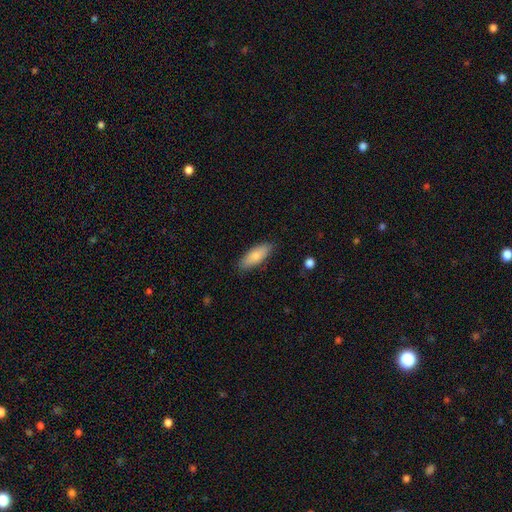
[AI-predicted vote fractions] Smooth or featured? Predicted: smooth (p=0.79). How rounded? Predicted: in between (p=0.71). Merging? Predicted: none (p=0.85).